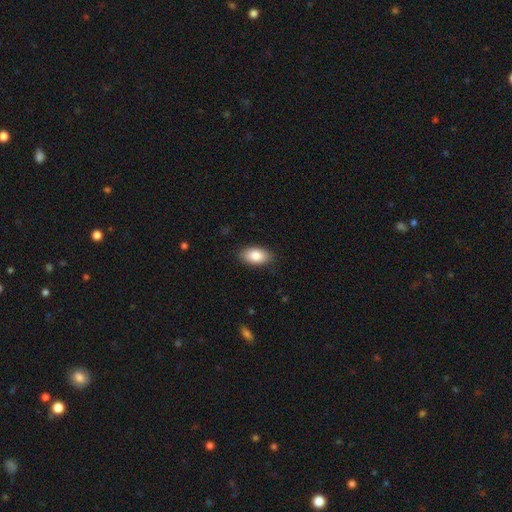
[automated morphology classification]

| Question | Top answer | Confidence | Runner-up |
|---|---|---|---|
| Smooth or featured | smooth | 85% | featured or disk (8%) |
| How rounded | in between | 93% | round (5%) |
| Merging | none | 87% | minor disturbance (10%) |